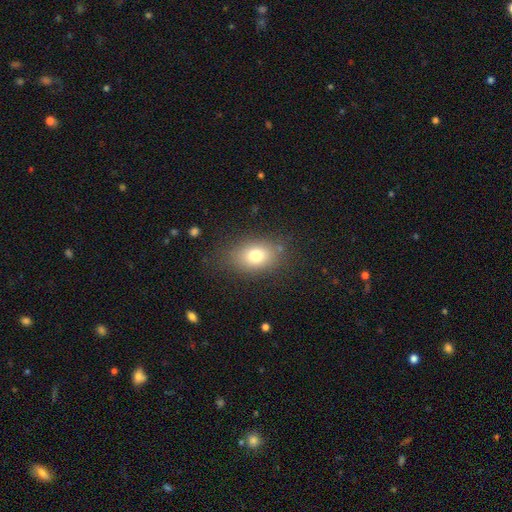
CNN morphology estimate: A smooth galaxy with no disk features (76%) that is in between round and cigar-shaped (74%).

Vote fractions:
- Smooth or featured? smooth: 76% / featured or disk: 12% / star or artifact: 12%
- How rounded? in between: 74% / round: 25% / cigar-shaped: 2%
- Merging? none: 79% / minor disturbance: 14% / major disturbance: 6% / merger: 2%